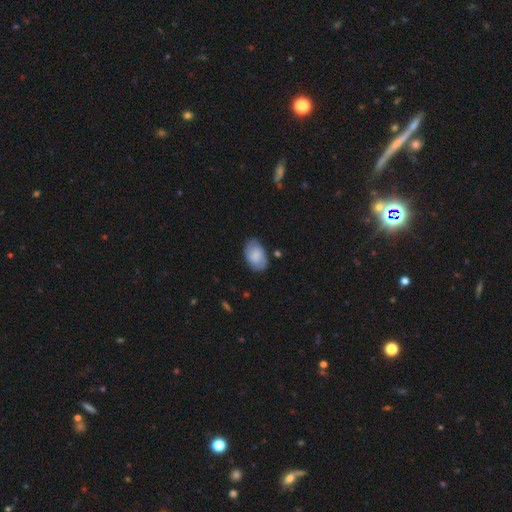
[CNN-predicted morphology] Overall: smooth (68%). How rounded: in between (90%). Merging: none (75%).